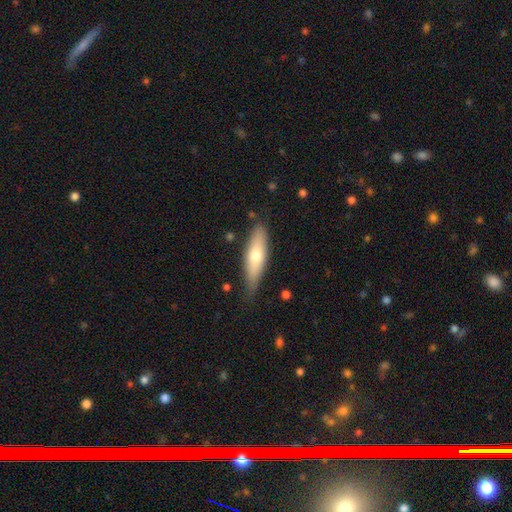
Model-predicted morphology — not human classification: A smooth galaxy with no disk features (61%) that is cigar-shaped (65%). Merging: none (80%).